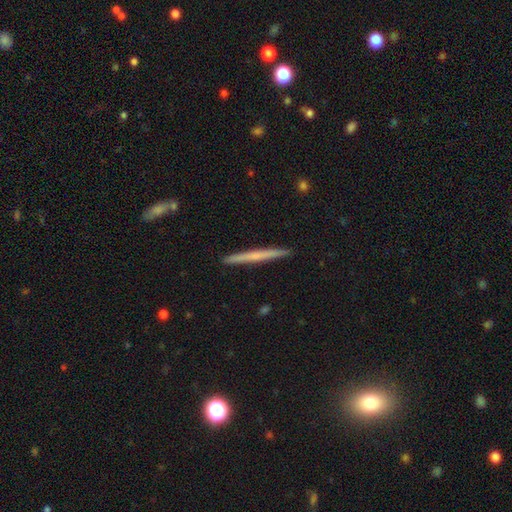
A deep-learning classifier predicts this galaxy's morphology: Smooth or featured? smooth (49%)
Merging? none (92%)